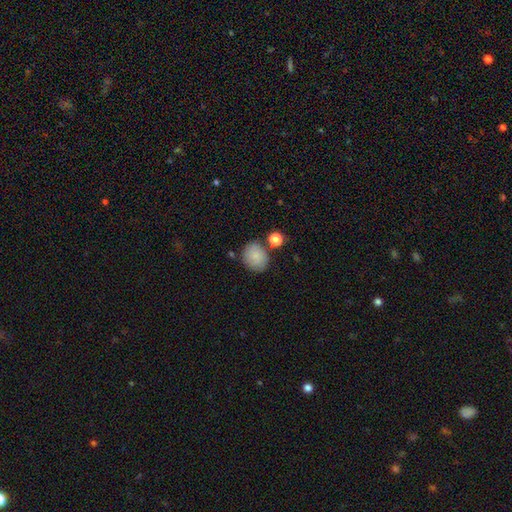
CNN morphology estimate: A smooth galaxy with no disk features (83%) that is round (68%). Merging: none (73%).